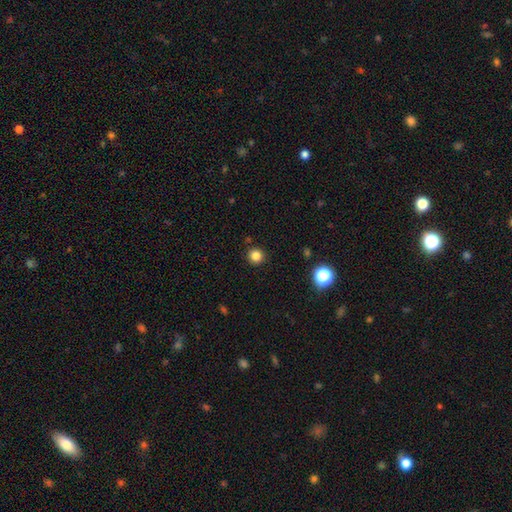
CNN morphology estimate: Smooth or featured: smooth — 83% (star or artifact — 13%)
How rounded: round — 94% (in between — 5%)
Merging: none — 92% (minor disturbance — 5%)